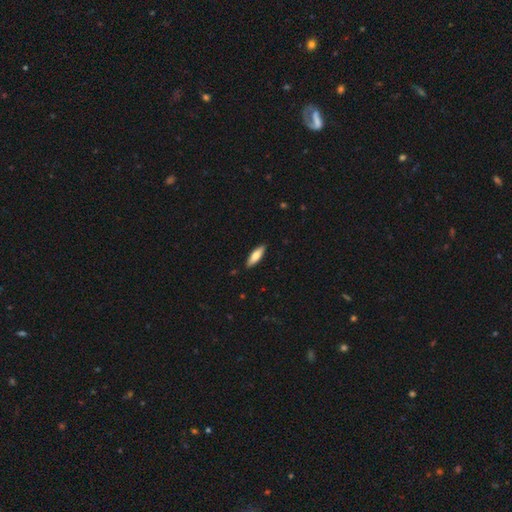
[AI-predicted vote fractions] Q: Smooth or featured?
A: smooth (71%); runner-up: featured or disk (24%)
Q: How rounded?
A: cigar-shaped (52%); runner-up: in between (46%)
Q: Merging?
A: none (89%); runner-up: minor disturbance (9%)